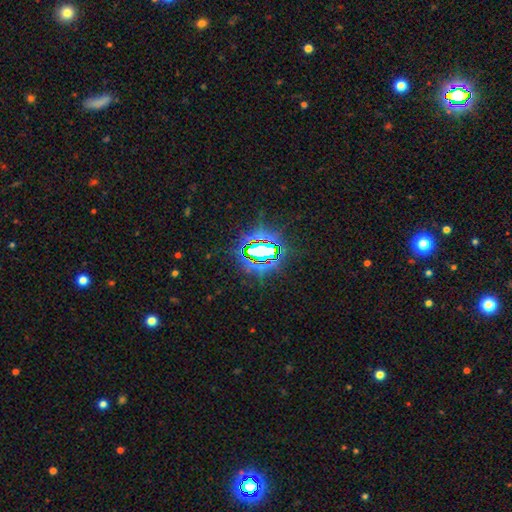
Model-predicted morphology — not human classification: This appears to be a star or artifact, not a galaxy (76%).